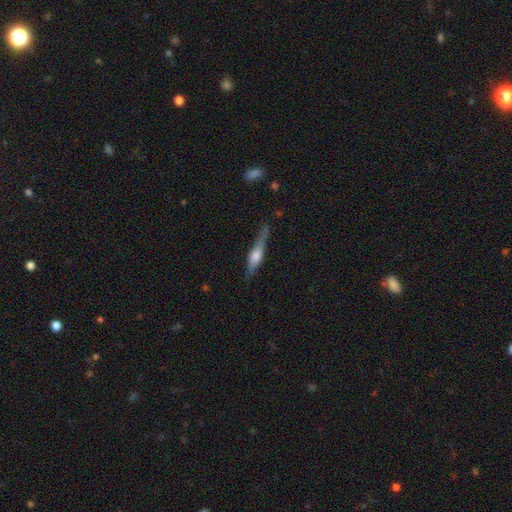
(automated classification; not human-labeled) The model was most divided on "smooth or featured": featured or disk: 56%, smooth: 38%, star or artifact: 7%. More confident: edge-on disk — yes (94%); edge-on bulge — rounded (82%); merging — none (72%).